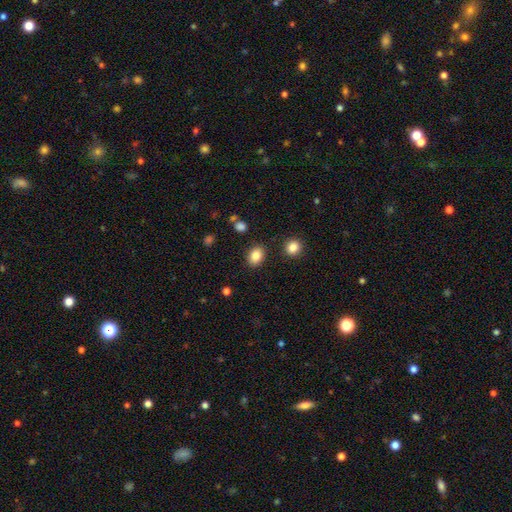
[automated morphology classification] smooth-or-featured: smooth: 84% | star or artifact: 9% | featured or disk: 6%
  how-rounded: in between: 62% | round: 37% | cigar-shaped: 1%
  merging: none: 86% | minor disturbance: 8% | merger: 3% | major disturbance: 3%